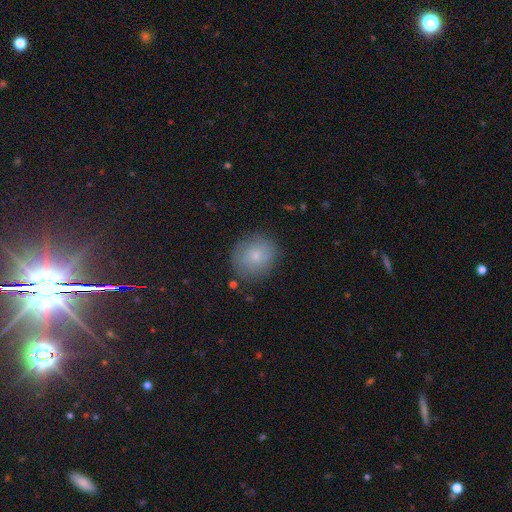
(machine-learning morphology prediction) Overall: smooth (68%). How rounded: round (81%). Merging: none (80%).